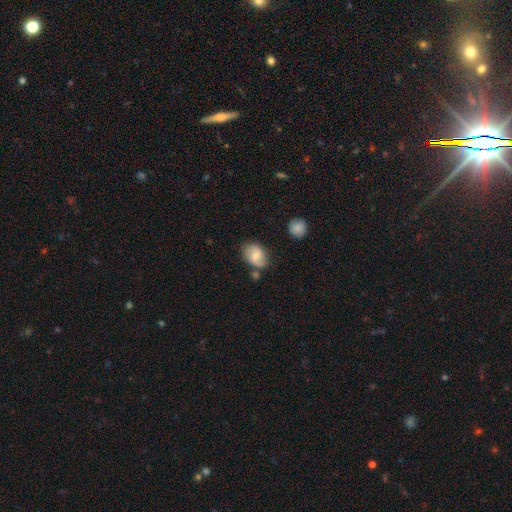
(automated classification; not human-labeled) The model was most divided on "smooth or featured": smooth: 59%, featured or disk: 33%, star or artifact: 8%. More confident: how rounded — in between (73%); merging — none (60%).